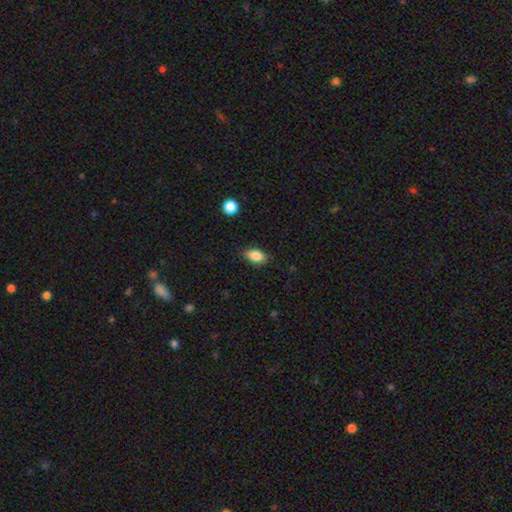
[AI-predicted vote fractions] The model was most divided on "merging": none: 83%, minor disturbance: 13%, major disturbance: 3%, merger: 1%. More confident: how rounded — in between (88%); smooth or featured — smooth (86%).